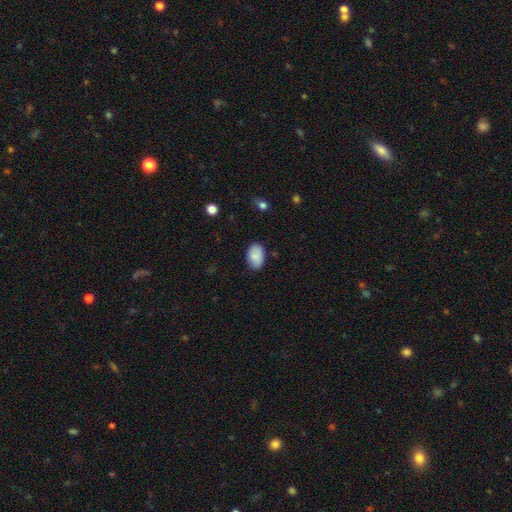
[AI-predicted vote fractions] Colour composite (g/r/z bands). It shows a smooth galaxy with no disk features (85%) that is in between round and cigar-shaped (90%). Merging: none (81%).